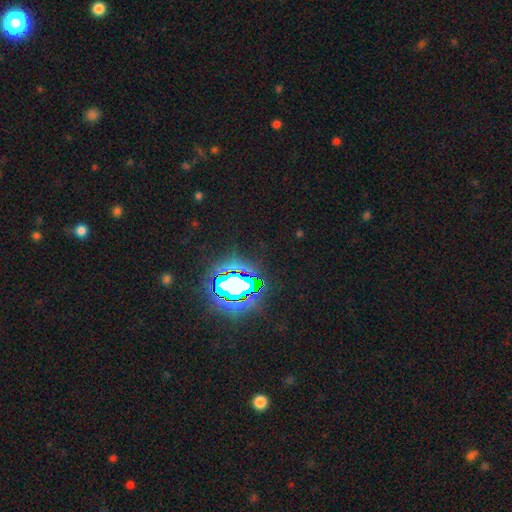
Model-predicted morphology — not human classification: The model was most divided on "smooth or featured": star or artifact: 82%, smooth: 11%, featured or disk: 7%.